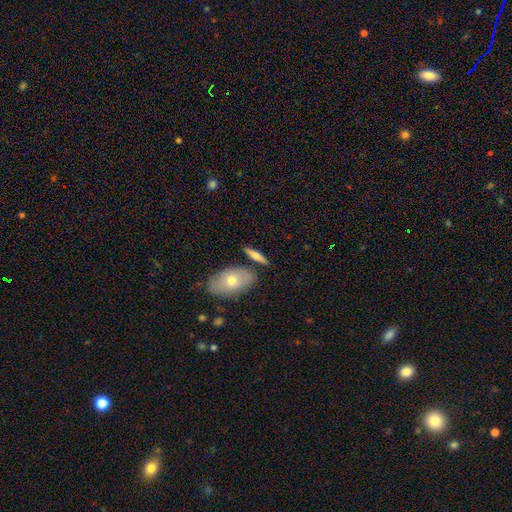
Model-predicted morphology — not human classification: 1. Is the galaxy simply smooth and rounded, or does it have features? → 59% smooth, 35% featured or disk, 7% star or artifact.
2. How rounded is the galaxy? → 50% cigar-shaped, 44% in between, 6% round.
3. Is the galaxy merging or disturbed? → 75% none, 11% minor disturbance, 11% merger, 3% major disturbance.